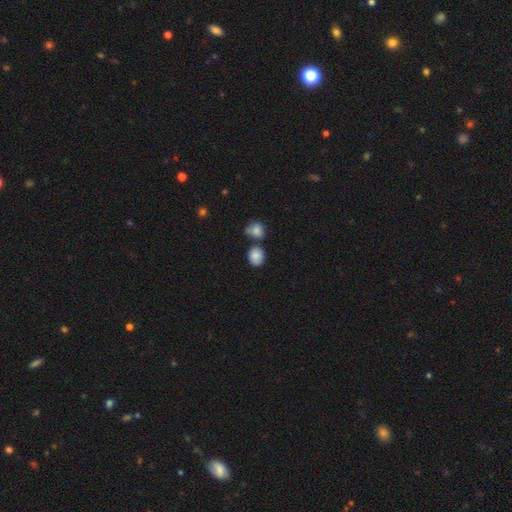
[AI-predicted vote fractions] A smooth galaxy with no disk features (84%) that is round (61%). Merging: none (63%).